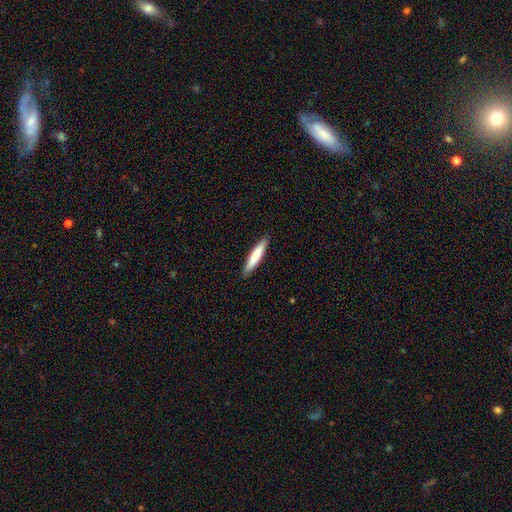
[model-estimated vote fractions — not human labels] Smooth or featured? Predicted: smooth (p=0.78). How rounded? Predicted: cigar-shaped (p=0.89). Merging? Predicted: none (p=0.91).